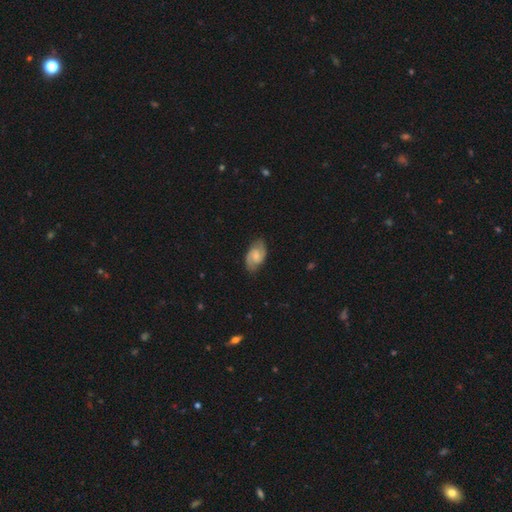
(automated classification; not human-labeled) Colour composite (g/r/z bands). It shows a featured or disk galaxy (73%) with a weak bar (52%), 2 (90%) medium (52%) spiral arms (94%) and a small central bulge (46%). Merging: none (82%).